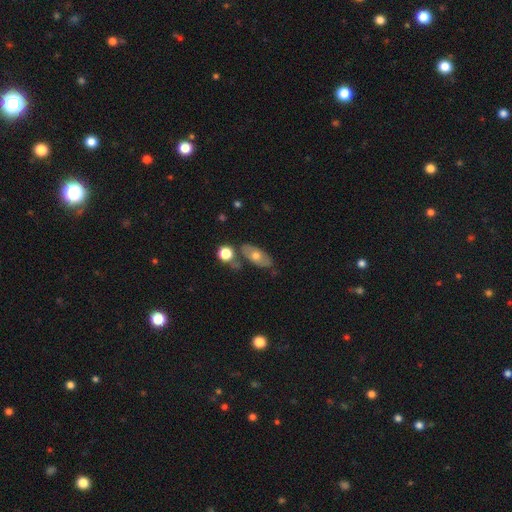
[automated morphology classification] smooth-or-featured: smooth: 56% | featured or disk: 37% | star or artifact: 7%
  how-rounded: in between: 84% | cigar-shaped: 9% | round: 7%
  merging: none: 66% | minor disturbance: 15% | merger: 14% | major disturbance: 5%